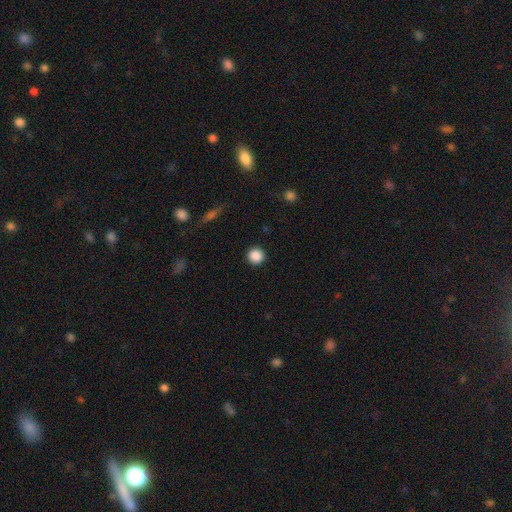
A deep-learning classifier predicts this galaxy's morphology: Q: Smooth or featured?
A: smooth (88%); runner-up: star or artifact (9%)
Q: How rounded?
A: round (95%); runner-up: in between (4%)
Q: Merging?
A: none (92%); runner-up: minor disturbance (5%)